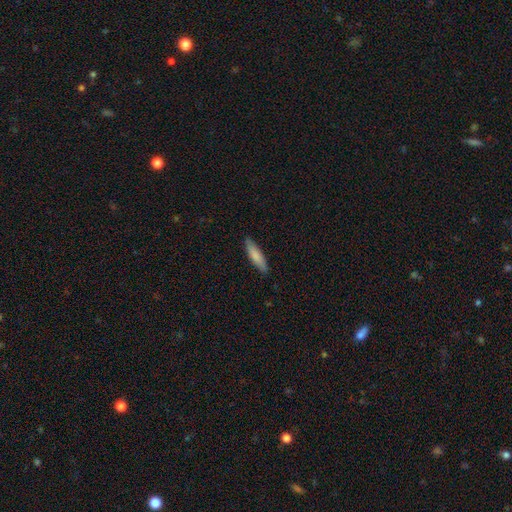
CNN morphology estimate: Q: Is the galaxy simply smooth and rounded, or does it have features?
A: smooth — 81%.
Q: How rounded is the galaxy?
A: cigar-shaped — 68%.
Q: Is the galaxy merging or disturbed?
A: none — 87%.